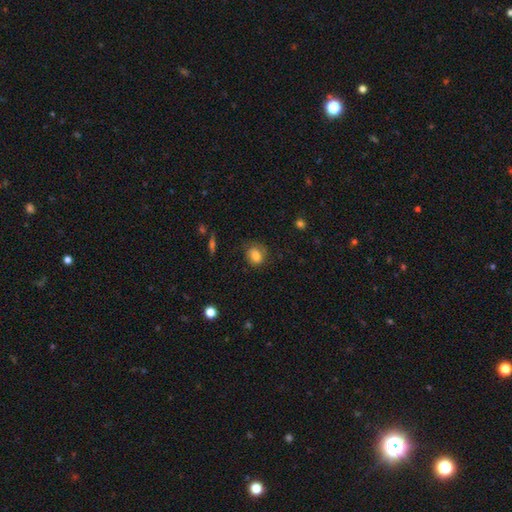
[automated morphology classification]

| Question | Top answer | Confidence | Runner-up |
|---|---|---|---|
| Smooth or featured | smooth | 74% | featured or disk (17%) |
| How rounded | round | 52% | in between (47%) |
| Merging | none | 70% | minor disturbance (21%) |